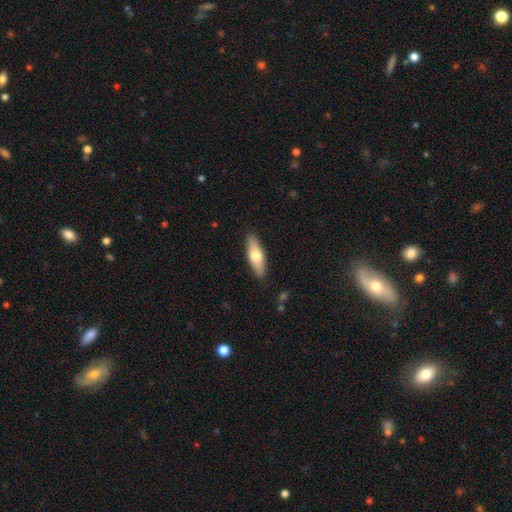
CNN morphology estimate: Q: Smooth or featured?
A: smooth (63%); runner-up: featured or disk (31%)
Q: How rounded?
A: in between (57%); runner-up: cigar-shaped (41%)
Q: Merging?
A: none (88%); runner-up: minor disturbance (9%)